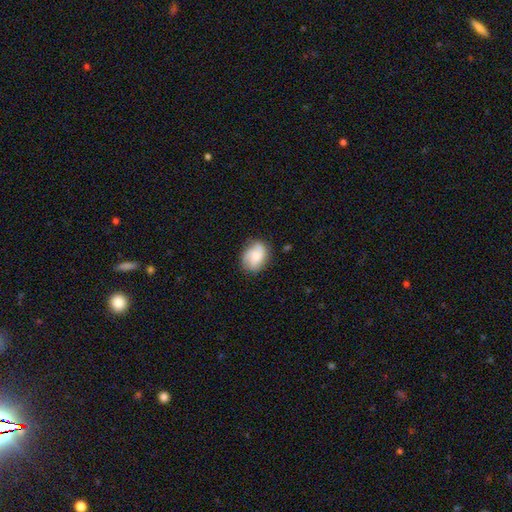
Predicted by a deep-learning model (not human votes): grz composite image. It shows a featured or disk galaxy (50%). Merging: none (74%).